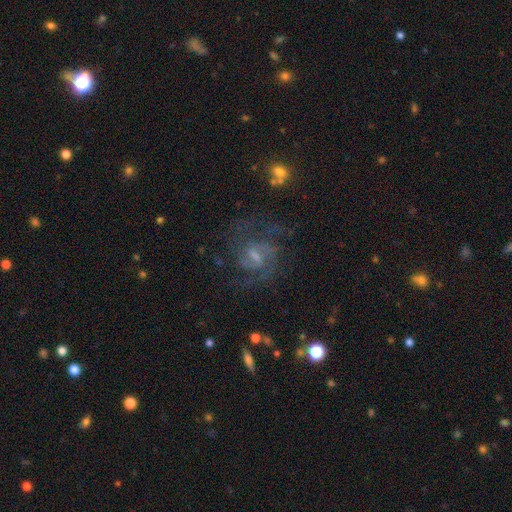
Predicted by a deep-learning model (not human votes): Overall: featured or disk (80%). Edge-on disk: no (98%). Bar: weak (61%; no 22%). Spiral arms: yes (93%). Spiral arm count: 2 (45%; can't tell 22%). Spiral winding: medium (52%; tight 30%). Bulge size: small (49%; moderate 29%). Merging: none (62%).